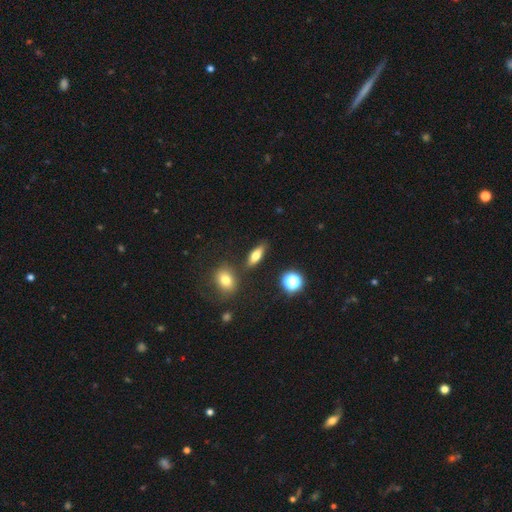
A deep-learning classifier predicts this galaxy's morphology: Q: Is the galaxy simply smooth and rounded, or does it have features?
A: smooth — 64%.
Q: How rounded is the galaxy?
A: in between — 58%.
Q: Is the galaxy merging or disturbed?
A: none — 81%.